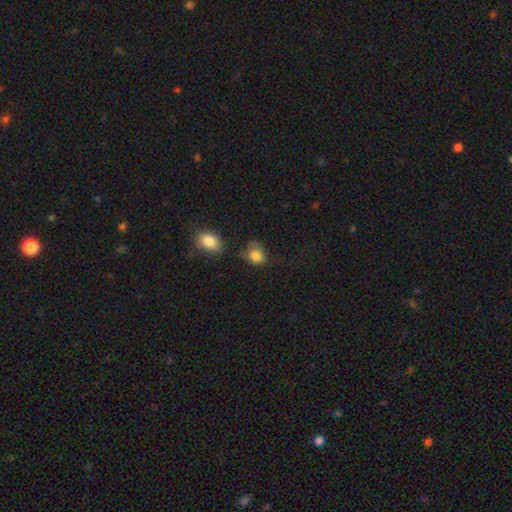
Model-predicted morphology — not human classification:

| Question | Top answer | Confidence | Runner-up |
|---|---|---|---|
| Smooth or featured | smooth | 82% | star or artifact (9%) |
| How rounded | in between | 54% | round (45%) |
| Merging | none | 42% | minor disturbance (33%) |